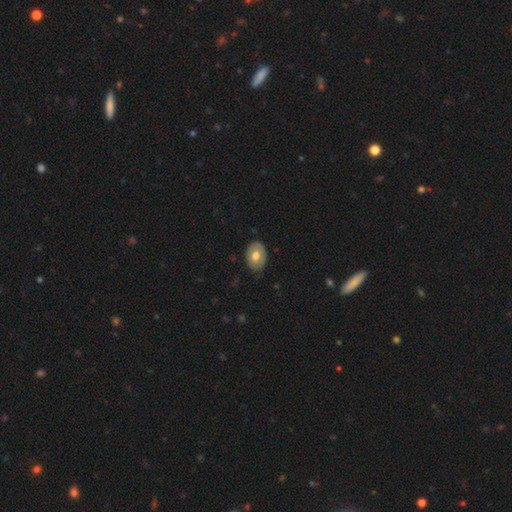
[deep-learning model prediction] A smooth galaxy with no disk features (62%) that is in between round and cigar-shaped (77%).

Vote fractions:
- Smooth or featured? smooth: 62% / featured or disk: 32% / star or artifact: 6%
- How rounded? in between: 77% / round: 22% / cigar-shaped: 1%
- Merging? none: 80% / minor disturbance: 16% / major disturbance: 3% / merger: 1%